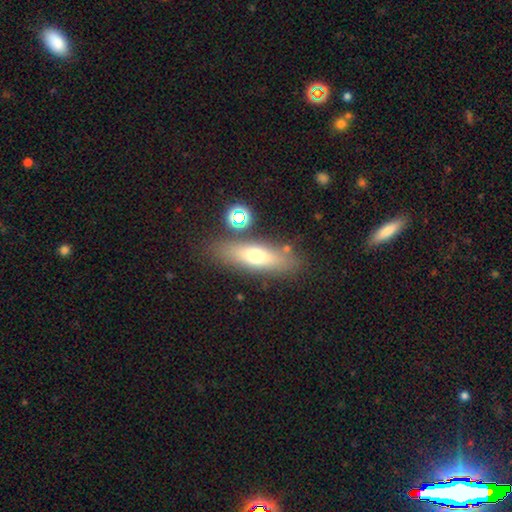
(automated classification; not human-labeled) Smooth or featured? Predicted: smooth (p=0.61). How rounded? Predicted: cigar-shaped (p=0.49). Merging? Predicted: none (p=0.79).